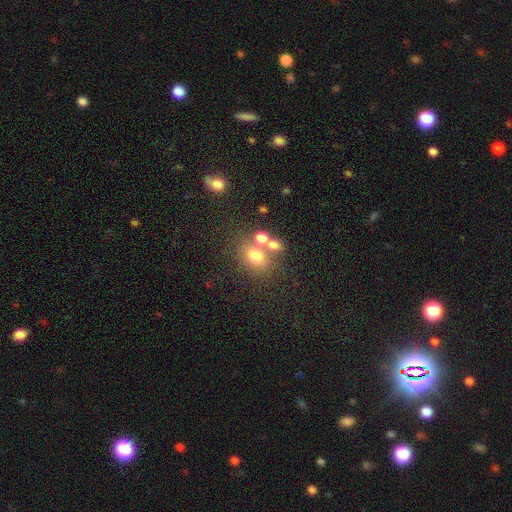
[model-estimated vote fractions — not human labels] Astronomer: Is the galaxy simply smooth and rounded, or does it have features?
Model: smooth — 71%.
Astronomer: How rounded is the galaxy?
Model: round — 53% (runner-up: in between, 46%).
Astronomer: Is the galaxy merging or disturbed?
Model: none — 51% (runner-up: merger, 32%).